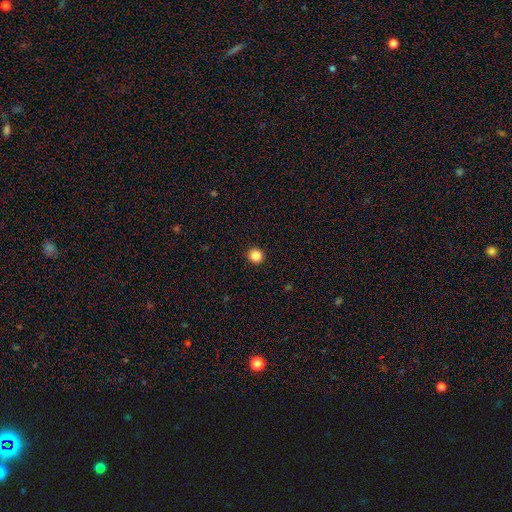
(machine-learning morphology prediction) Q: Smooth or featured?
A: smooth (87%); runner-up: star or artifact (11%)
Q: How rounded?
A: round (93%); runner-up: in between (6%)
Q: Merging?
A: none (92%); runner-up: minor disturbance (5%)